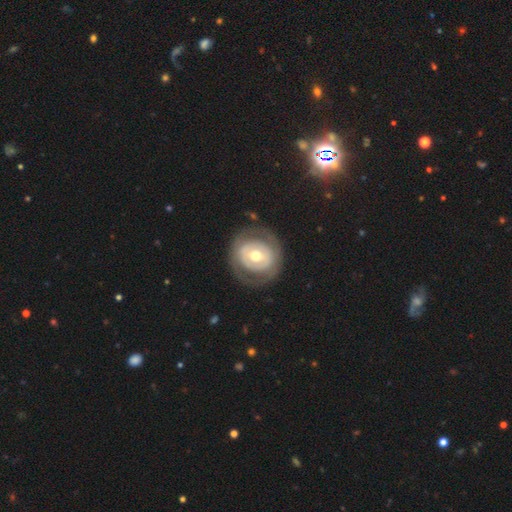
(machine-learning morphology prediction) Smooth or featured? featured or disk (59%)
Edge-on disk? no (96%)
Bar? no (66%)
Spiral arms? no (75%)
Bulge size? moderate (72%)
Merging? none (77%)